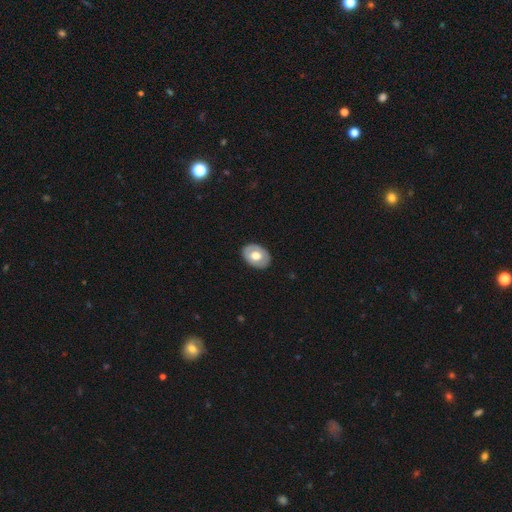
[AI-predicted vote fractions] Overall: smooth (56%; featured or disk 39%). How rounded: in between (75%). Merging: none (87%).